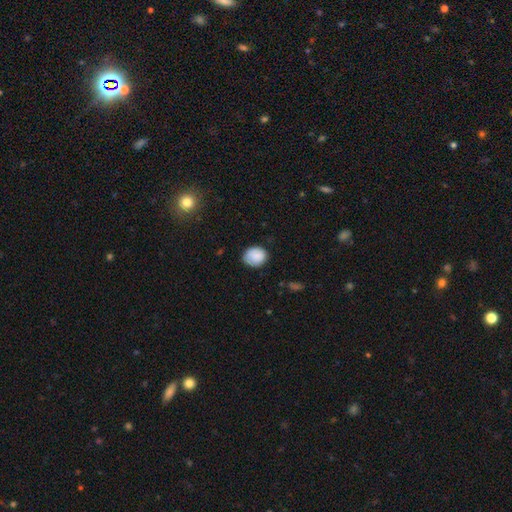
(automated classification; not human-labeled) smooth 87%, star or artifact 8%, featured or disk 6%. Down the decision tree: how rounded — round (63%); merging — none (75%).